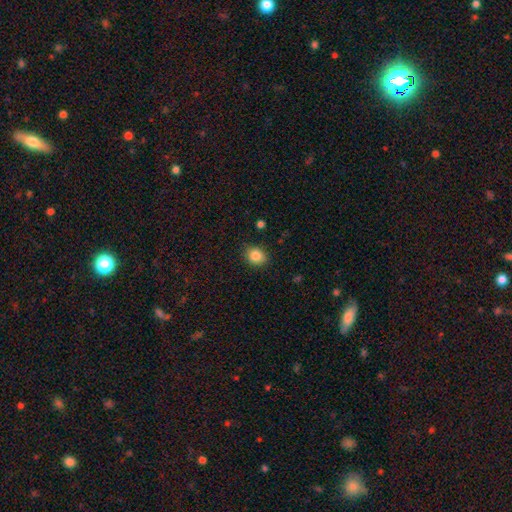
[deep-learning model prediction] smooth-or-featured: smooth: 85% | star or artifact: 10% | featured or disk: 5%
  how-rounded: round: 60% | in between: 39% | cigar-shaped: 1%
  merging: none: 88% | minor disturbance: 9% | major disturbance: 2% | merger: 1%